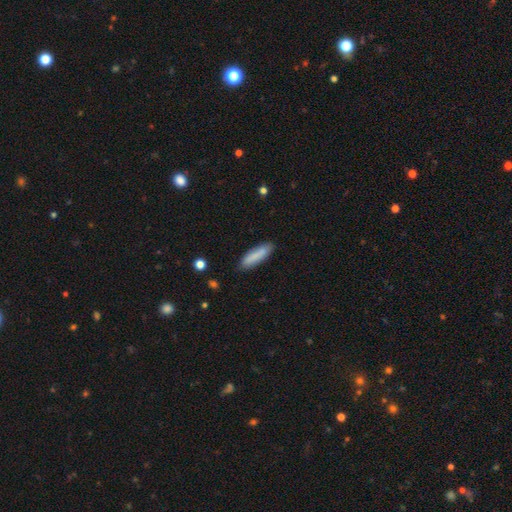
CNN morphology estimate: Smooth or featured: smooth — 85% (featured or disk — 9%)
How rounded: cigar-shaped — 67% (in between — 31%)
Merging: none — 86% (minor disturbance — 11%)